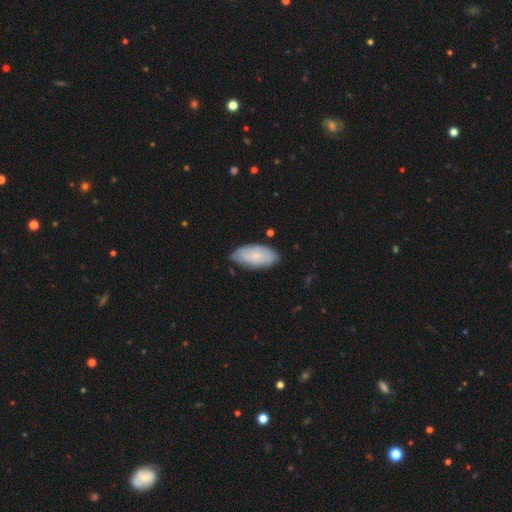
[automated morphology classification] Smooth or featured? smooth (63%)
How rounded? in between (93%)
Merging? none (77%)